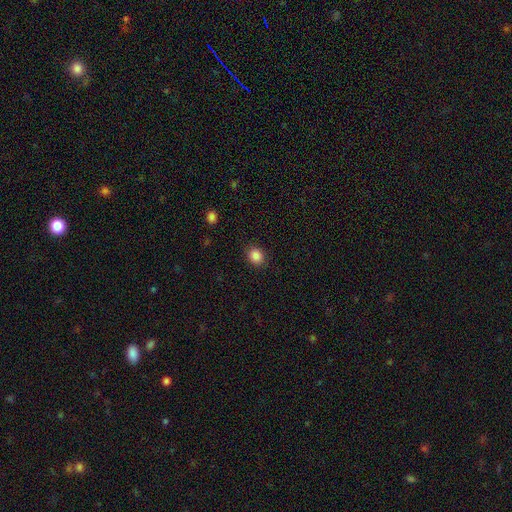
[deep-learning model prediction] Morphology: type=smooth (86%); roundness=round (62%); merging=none (88%).